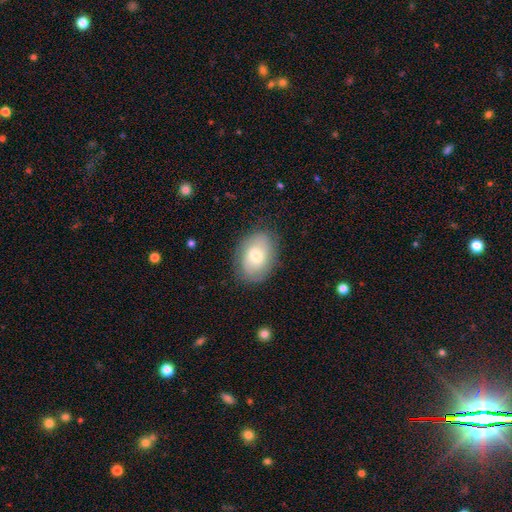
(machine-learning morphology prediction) Q: Smooth or featured?
A: smooth (50%); runner-up: featured or disk (43%)
Q: Merging?
A: none (81%); runner-up: minor disturbance (13%)